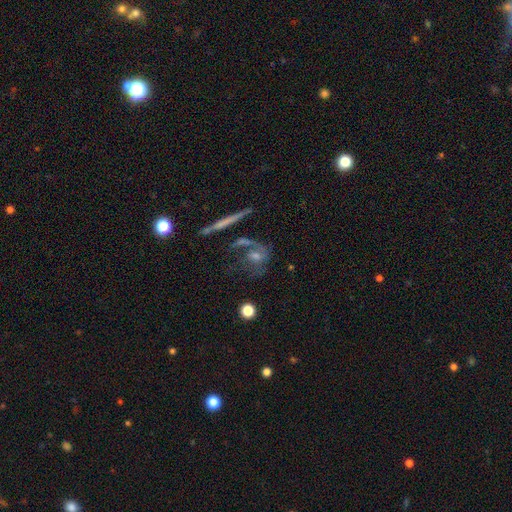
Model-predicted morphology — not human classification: Smooth or featured?
  - featured or disk: 67% *
  - smooth: 20%
  - star or artifact: 13%
Edge-on disk?
  - no: 79% *
  - yes: 21%
Bar?
  - no: 63% *
  - weak: 27%
  - strong: 10%
Spiral arms?
  - yes: 75% *
  - no: 25%
Bulge size?
  - moderate: 53% *
  - small: 26%
  - none: 11%
  - large: 8%
  - dominant: 2%
Merging?
  - none: 55% *
  - minor disturbance: 16%
  - major disturbance: 15%
  - merger: 15%